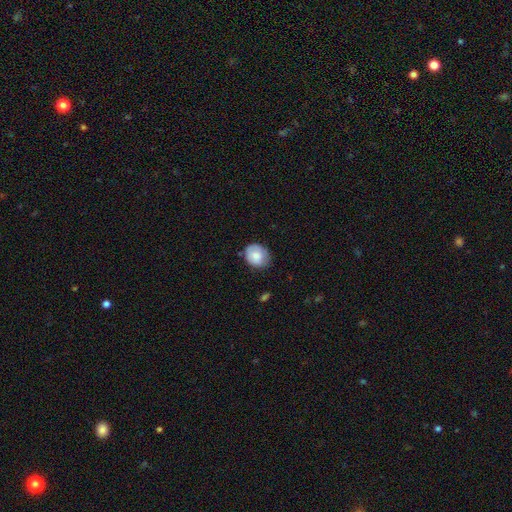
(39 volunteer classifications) Overall: smooth (77%). How rounded: round (70%; in between 30%). Merging: none (69%).